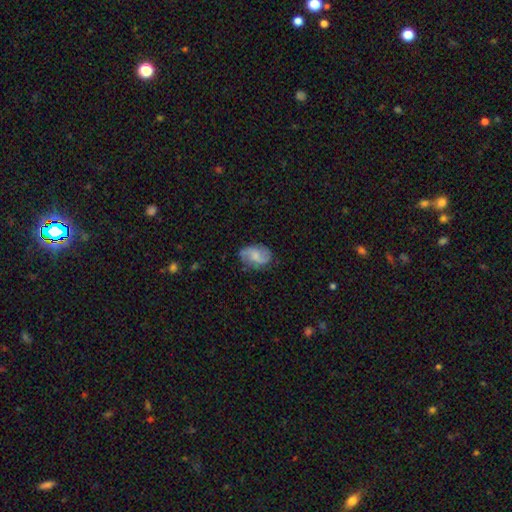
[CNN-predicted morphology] This is possibly a featured or disk galaxy (59%). It is clearly not viewed edge-on (97%). Bar: possibly no (53%). Spiral arm pattern: clearly yes (92%). Spiral arm count: clearly 2 (81%). Spiral winding: marginally loose (43%). Central bulge: marginally small (37%). Merging: likely none (74%).